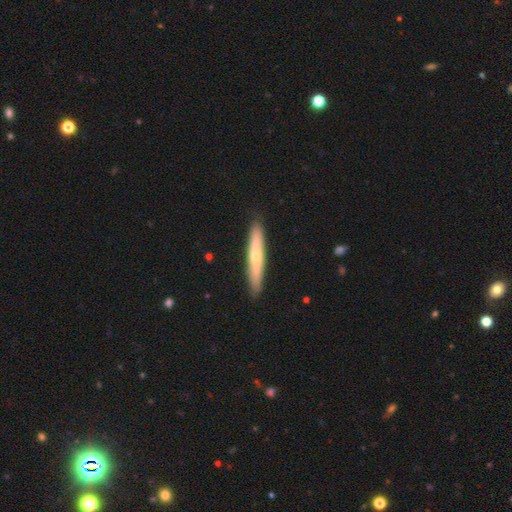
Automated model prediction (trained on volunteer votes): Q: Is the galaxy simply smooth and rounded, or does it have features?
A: smooth — 52%.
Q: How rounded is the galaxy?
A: cigar-shaped — 91%.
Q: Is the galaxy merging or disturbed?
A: none — 89%.